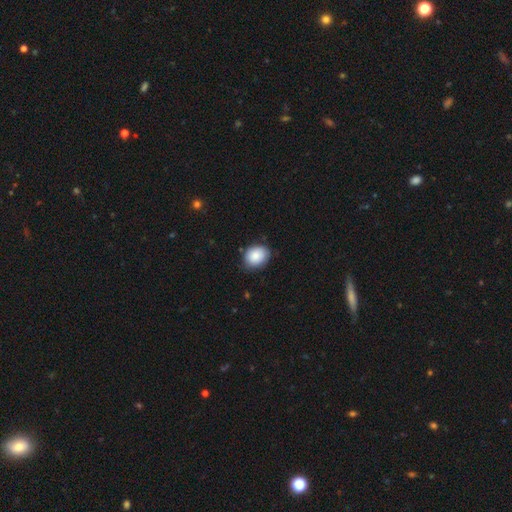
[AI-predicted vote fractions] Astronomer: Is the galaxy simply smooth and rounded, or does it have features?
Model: smooth — 83%.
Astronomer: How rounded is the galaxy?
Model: in between — 52% (runner-up: round, 47%).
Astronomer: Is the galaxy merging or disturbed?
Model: none — 75%.